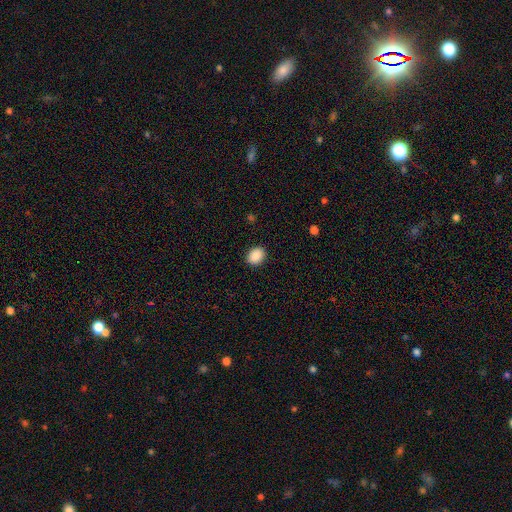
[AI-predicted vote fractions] Overall: smooth (90%). How rounded: in between (58%; round 41%). Merging: none (91%).